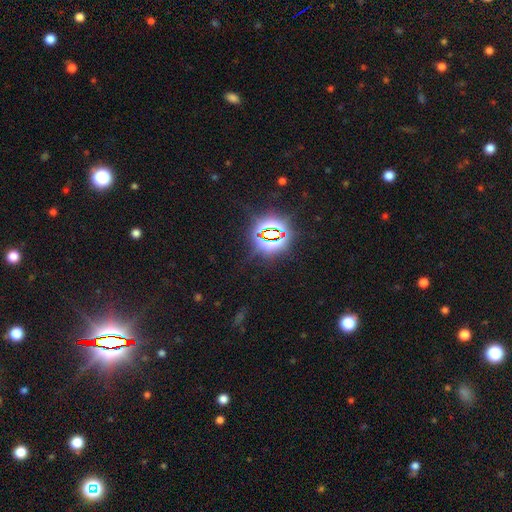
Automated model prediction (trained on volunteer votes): Smooth or featured: star or artifact — 84% (smooth — 10%)